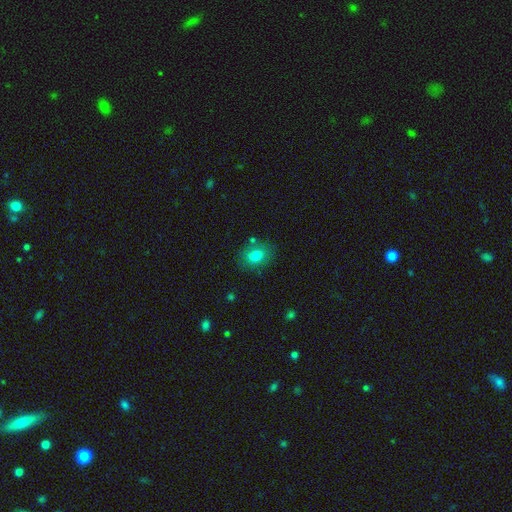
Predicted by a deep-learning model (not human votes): smooth_or_featured: smooth (p=0.78) [alt: featured or disk p=0.12]
how_rounded: in between (p=0.61) [alt: round p=0.38]
merging: none (p=0.79) [alt: minor disturbance p=0.13]